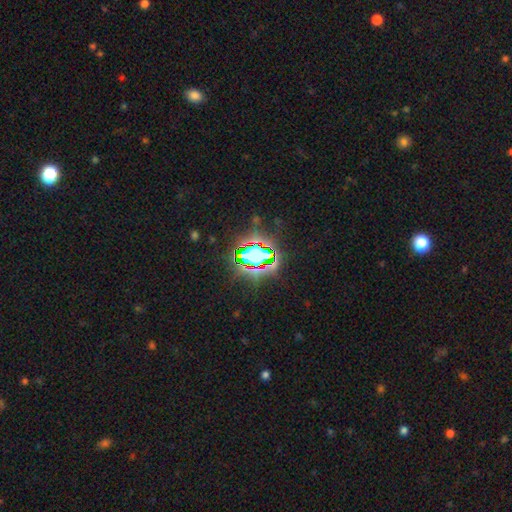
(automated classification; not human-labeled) A star or artifact, not a galaxy (72%).

Vote fractions:
- Smooth or featured? star or artifact: 72% / smooth: 16% / featured or disk: 12%